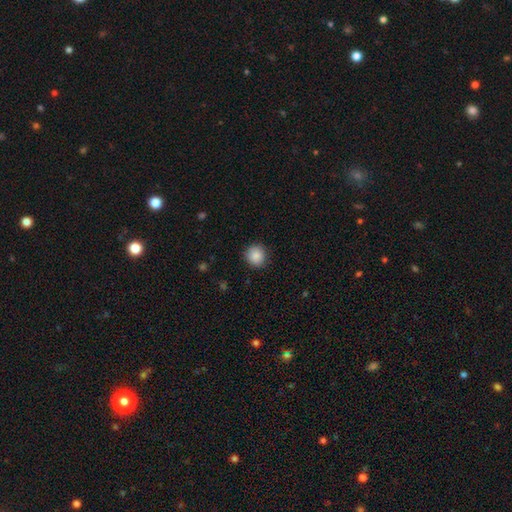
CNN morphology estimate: A smooth galaxy with no disk features (87%) that is round (90%).

Vote fractions:
- Smooth or featured? smooth: 87% / star or artifact: 9% / featured or disk: 4%
- How rounded? round: 90% / in between: 9% / cigar-shaped: 1%
- Merging? none: 89% / minor disturbance: 8% / major disturbance: 2% / merger: 1%